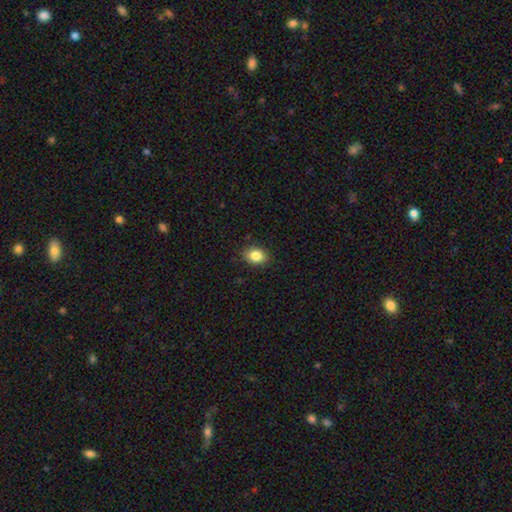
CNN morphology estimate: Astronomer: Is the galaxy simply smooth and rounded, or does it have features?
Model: smooth — 84%.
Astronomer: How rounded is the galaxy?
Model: in between — 66%.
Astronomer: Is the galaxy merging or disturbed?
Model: none — 87%.